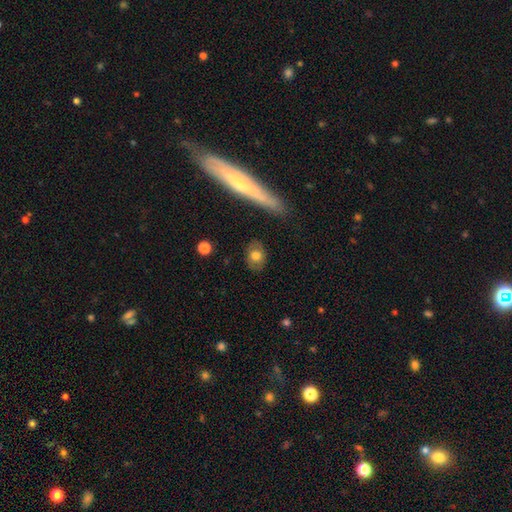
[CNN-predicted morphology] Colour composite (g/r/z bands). It shows a smooth galaxy with no disk features (70%) that is in between round and cigar-shaped (65%). Merging: none (84%).